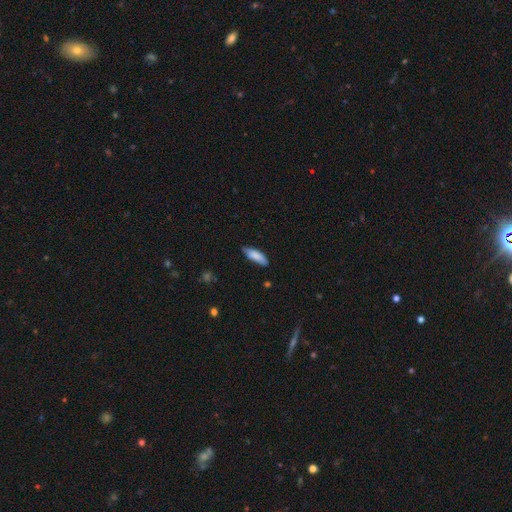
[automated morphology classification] This appears to be a smooth galaxy with no disk features (83%) that is in between round and cigar-shaped (51%). Merging: none (75%).